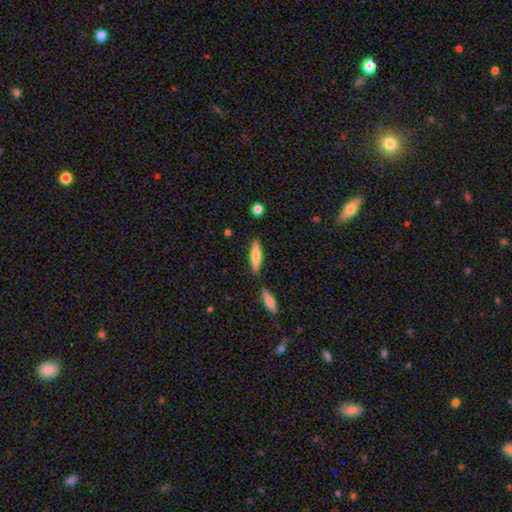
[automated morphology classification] This appears to be a smooth galaxy with no disk features (67%) that is cigar-shaped (65%). Merging: none (78%).